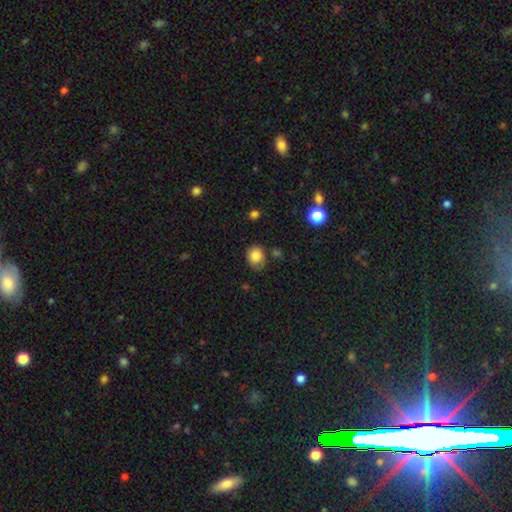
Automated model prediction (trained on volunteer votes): Overall: smooth (83%). How rounded: round (59%; in between 40%). Merging: none (68%).